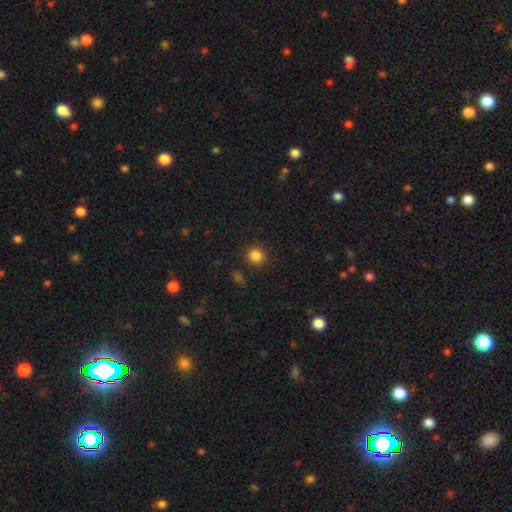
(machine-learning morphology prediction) A smooth galaxy with no disk features (84%) that is round (90%). Merging: none (88%).